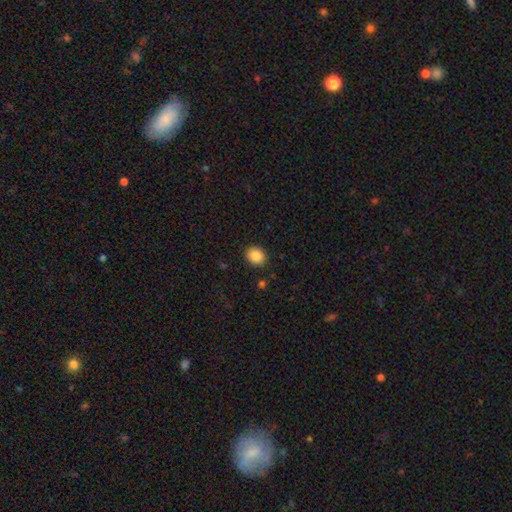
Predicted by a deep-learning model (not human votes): Smooth or featured? smooth (88%)
How rounded? round (56%)
Merging? none (90%)